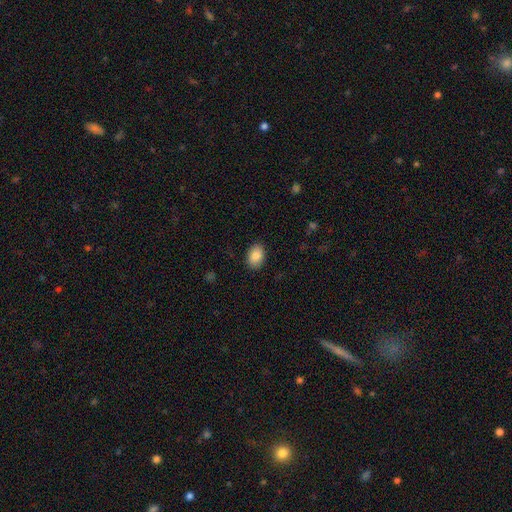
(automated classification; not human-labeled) This is clearly a smooth galaxy (87%). How rounded: clearly in between (85%). Merging: clearly none (89%).